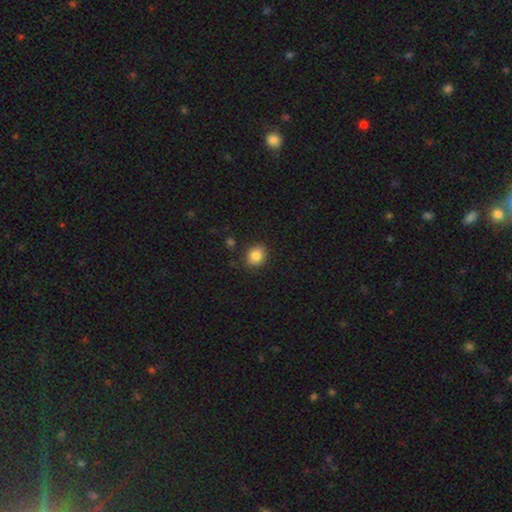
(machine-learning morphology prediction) Smooth or featured? Predicted: smooth (p=0.85). How rounded? Predicted: round (p=0.59). Merging? Predicted: none (p=0.86).